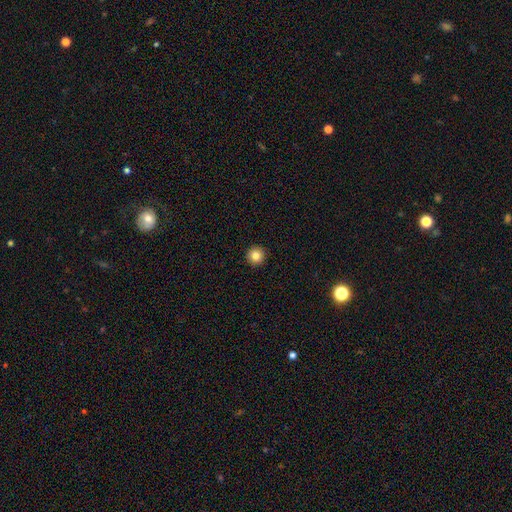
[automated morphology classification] smooth-or-featured: smooth: 82% | star or artifact: 11% | featured or disk: 7%
  how-rounded: round: 96% | in between: 3% | cigar-shaped: 1%
  merging: none: 94% | minor disturbance: 4% | major disturbance: 1% | merger: 1%